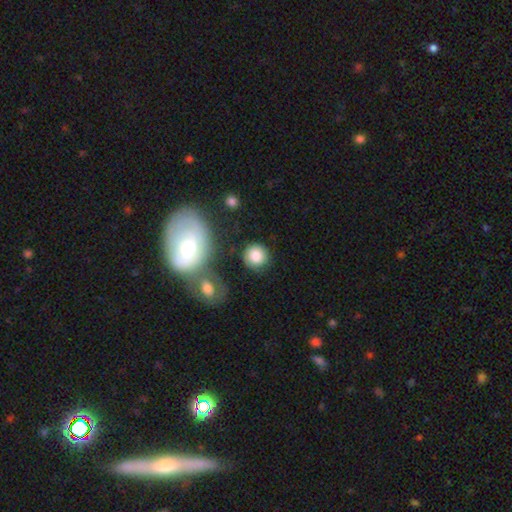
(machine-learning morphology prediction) This appears to be a smooth galaxy with no disk features (81%) that is round (89%). Merging: none (79%).